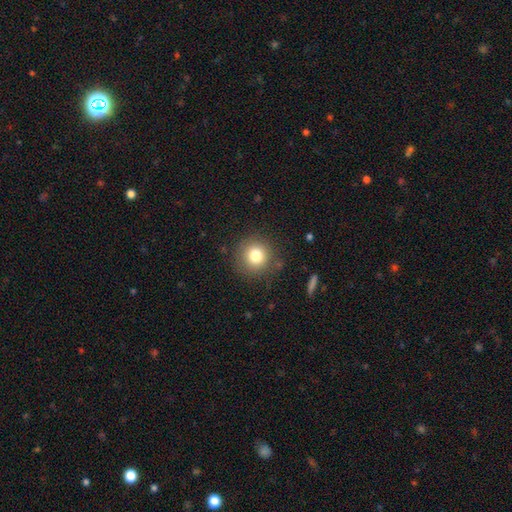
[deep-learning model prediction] Q: Smooth or featured?
A: smooth (79%); runner-up: star or artifact (12%)
Q: How rounded?
A: round (94%); runner-up: in between (5%)
Q: Merging?
A: none (87%); runner-up: minor disturbance (8%)